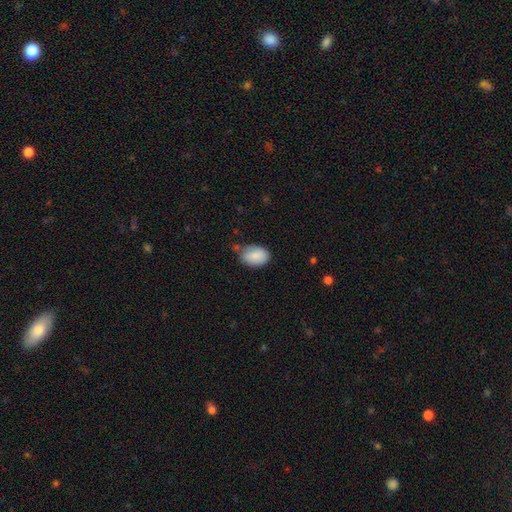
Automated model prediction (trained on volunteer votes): Morphology: type=smooth (85%); roundness=in between (86%); merging=none (60%).